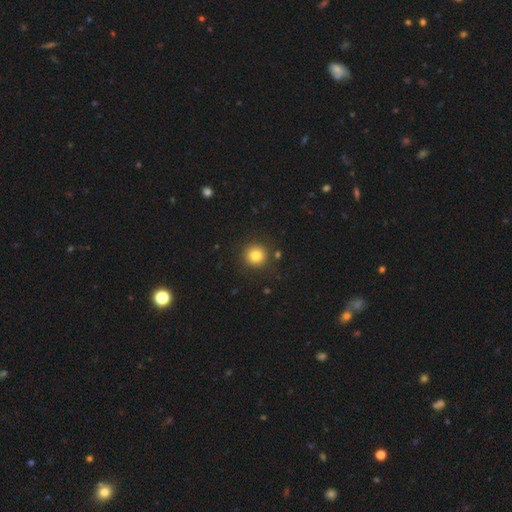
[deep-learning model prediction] This appears to be a smooth galaxy with no disk features (80%) that is round (94%). Merging: none (89%).